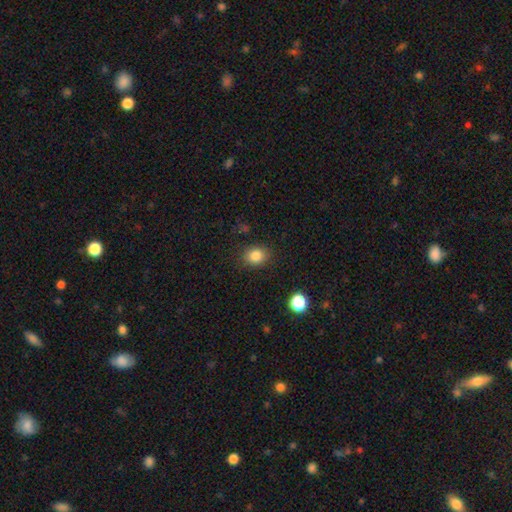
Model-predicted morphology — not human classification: A smooth galaxy with no disk features (84%) that is round (51%). Merging: none (86%).